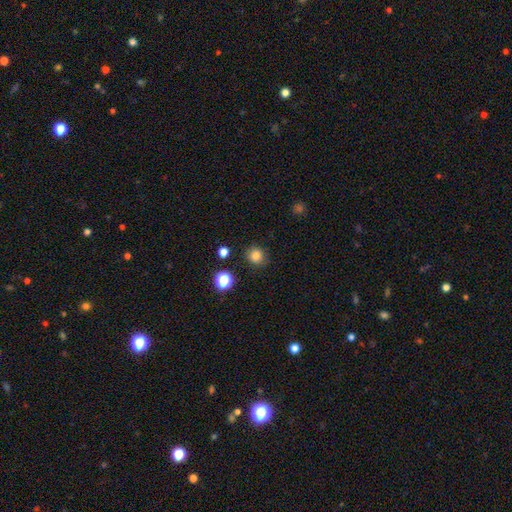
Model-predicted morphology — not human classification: Smooth or featured: smooth — 82% (star or artifact — 13%)
How rounded: round — 91% (in between — 8%)
Merging: none — 87% (minor disturbance — 8%)